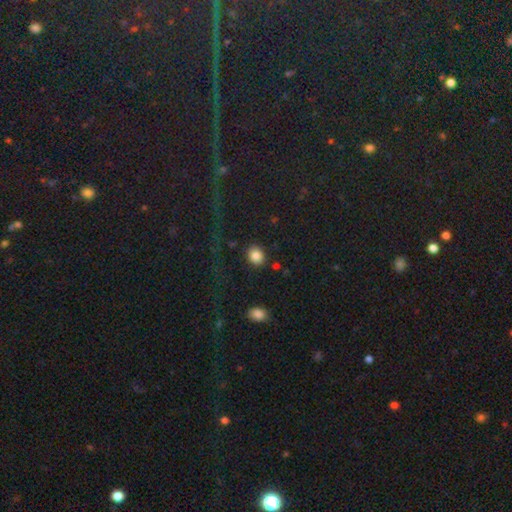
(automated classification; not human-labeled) Smooth or featured?
  - smooth: 86% *
  - star or artifact: 9%
  - featured or disk: 5%
How rounded?
  - round: 69% *
  - in between: 30%
  - cigar-shaped: 1%
Merging?
  - none: 85% *
  - minor disturbance: 8%
  - major disturbance: 4%
  - merger: 3%